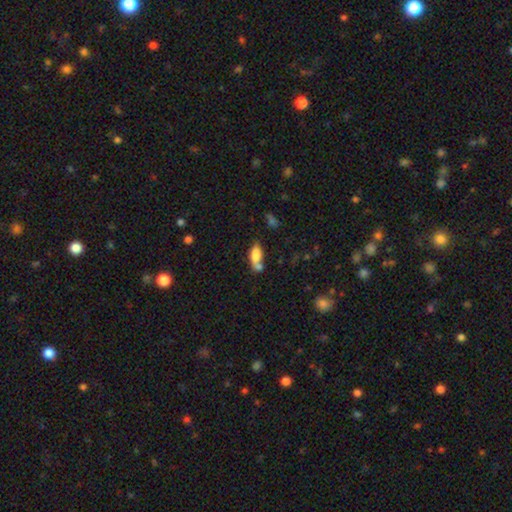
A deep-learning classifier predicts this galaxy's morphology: Smooth or featured?
  - smooth: 75% *
  - featured or disk: 16%
  - star or artifact: 9%
How rounded?
  - in between: 77% *
  - cigar-shaped: 19%
  - round: 4%
Merging?
  - merger: 39% *
  - none: 35%
  - minor disturbance: 17%
  - major disturbance: 8%